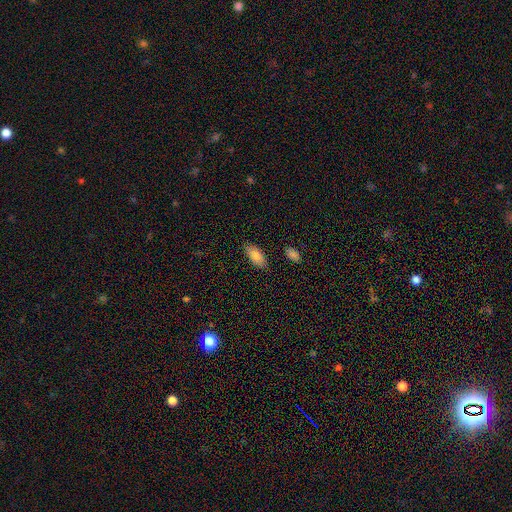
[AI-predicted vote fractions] Smooth or featured: smooth — 83% (featured or disk — 10%)
How rounded: in between — 88% (cigar-shaped — 9%)
Merging: none — 83% (minor disturbance — 12%)